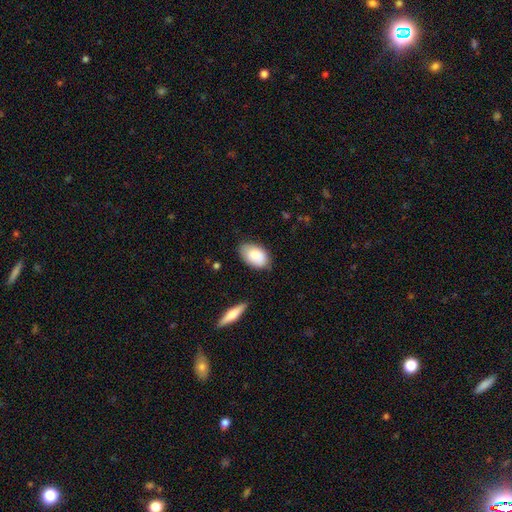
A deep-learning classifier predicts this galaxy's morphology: Smooth or featured: smooth — 83% (featured or disk — 11%)
How rounded: in between — 93% (round — 6%)
Merging: none — 74% (minor disturbance — 20%)